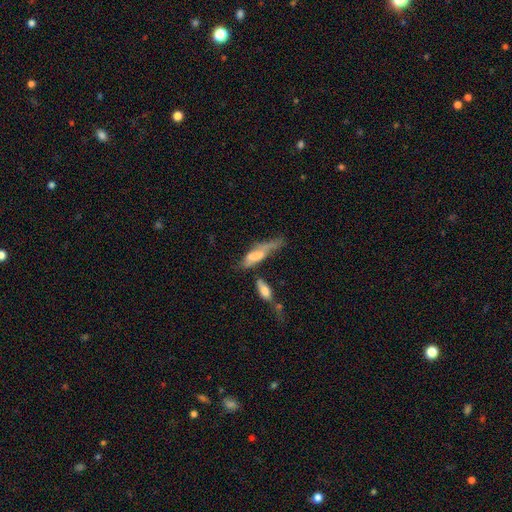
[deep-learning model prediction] A smooth galaxy with no disk features (60%) that is cigar-shaped (50%). Merging: major disturbance (32%).